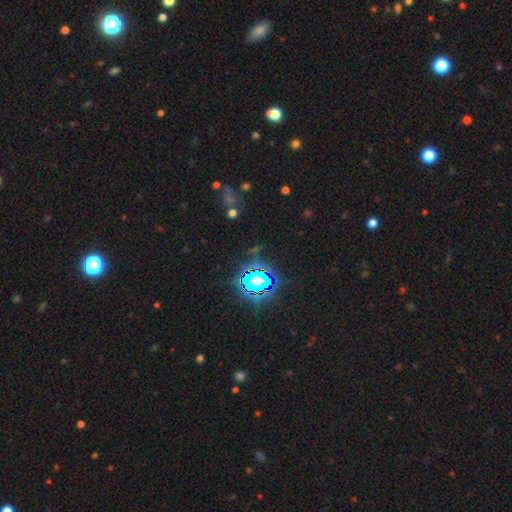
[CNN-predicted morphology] Smooth or featured?
  - star or artifact: 77% *
  - smooth: 15%
  - featured or disk: 8%